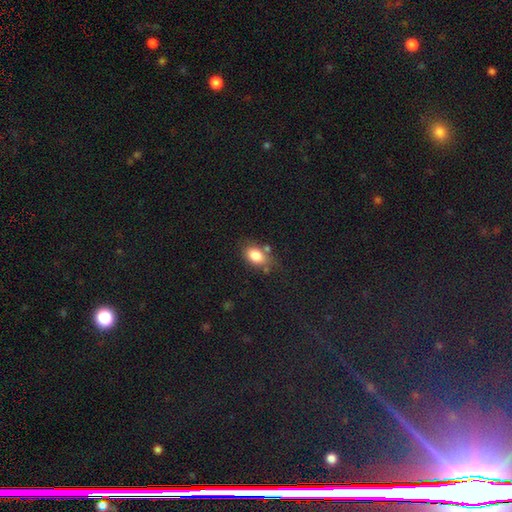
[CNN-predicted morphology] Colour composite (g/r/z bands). It shows a smooth galaxy with no disk features (82%) that is in between round and cigar-shaped (81%). Merging: none (63%).